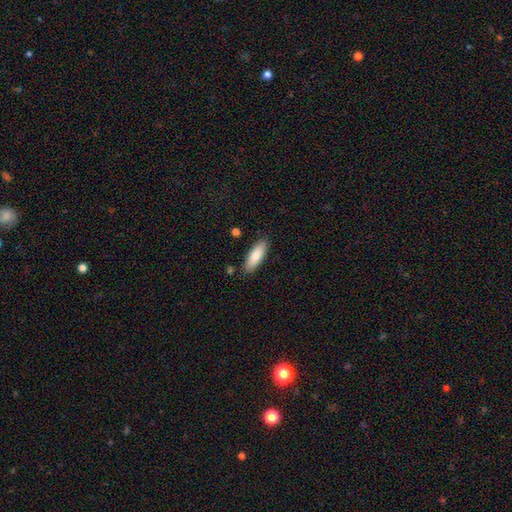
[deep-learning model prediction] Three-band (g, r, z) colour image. It shows a smooth galaxy with no disk features (81%) that is in between round and cigar-shaped (57%). Merging: none (86%).